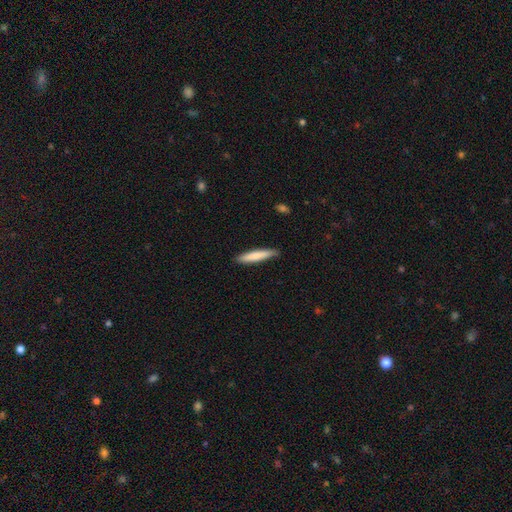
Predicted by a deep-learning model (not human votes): A smooth galaxy with no disk features (75%) that is cigar-shaped (91%). Merging: none (86%).